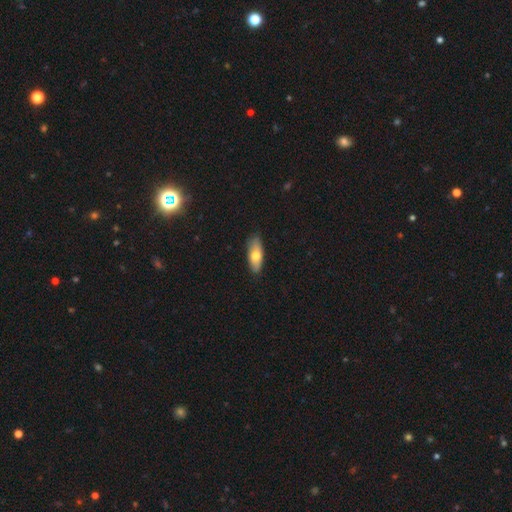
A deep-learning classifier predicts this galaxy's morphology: Smooth or featured? smooth (70%)
How rounded? in between (72%)
Merging? none (85%)